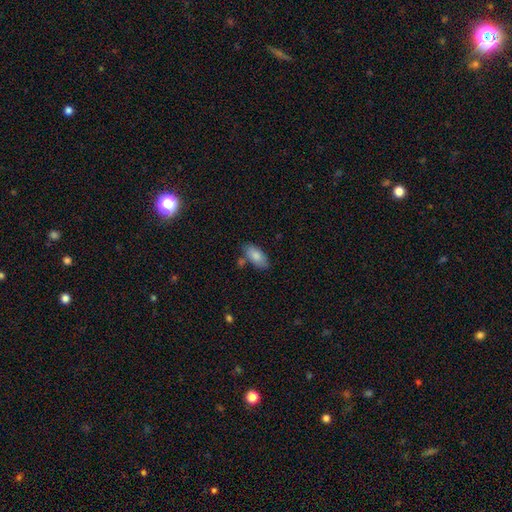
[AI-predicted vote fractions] Morphology: type=smooth (83%); roundness=in between (90%); merging=none (71%).